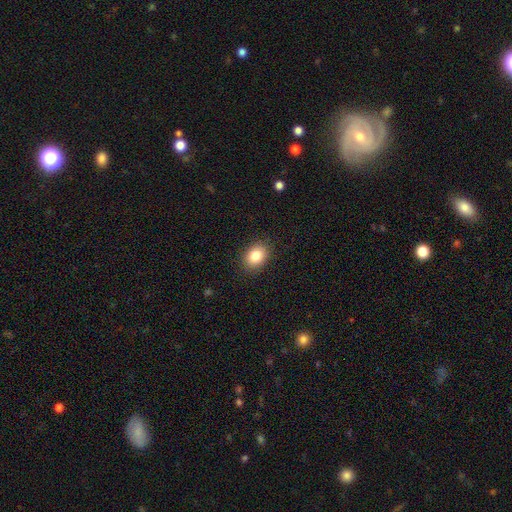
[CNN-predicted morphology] A smooth galaxy with no disk features (84%) that is in between round and cigar-shaped (66%).

Vote fractions:
- Smooth or featured? smooth: 84% / star or artifact: 9% / featured or disk: 7%
- How rounded? in between: 66% / round: 33% / cigar-shaped: 1%
- Merging? none: 88% / minor disturbance: 9% / major disturbance: 2% / merger: 1%